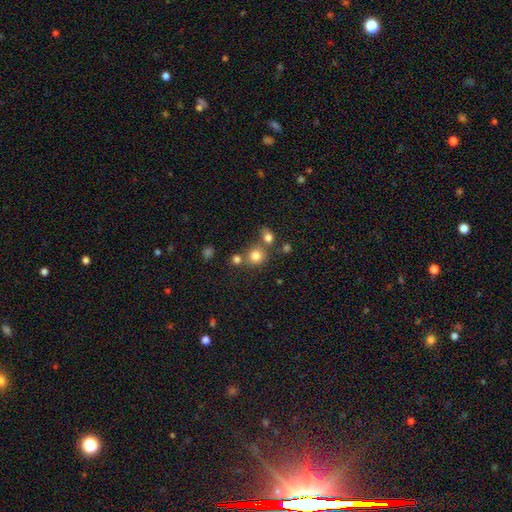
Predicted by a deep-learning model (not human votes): Q: Smooth or featured?
A: smooth (78%); runner-up: star or artifact (14%)
Q: How rounded?
A: round (85%); runner-up: in between (14%)
Q: Merging?
A: none (64%); runner-up: merger (23%)